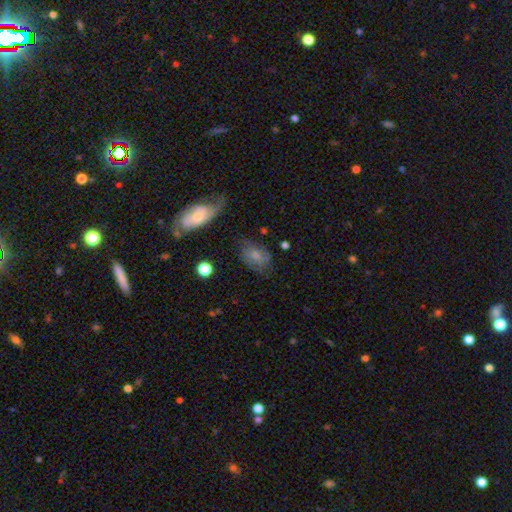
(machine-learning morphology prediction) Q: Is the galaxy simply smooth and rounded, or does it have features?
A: smooth — 60%.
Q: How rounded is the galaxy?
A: in between — 81%.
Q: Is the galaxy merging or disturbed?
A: none — 59%.